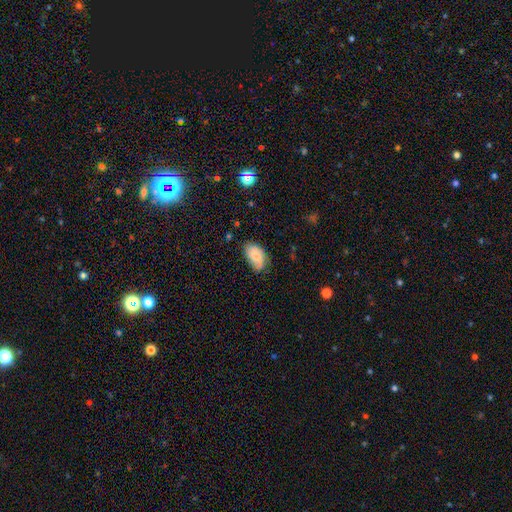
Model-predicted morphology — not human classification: A smooth galaxy with no disk features (72%) that is in between round and cigar-shaped (92%). Merging: none (65%).